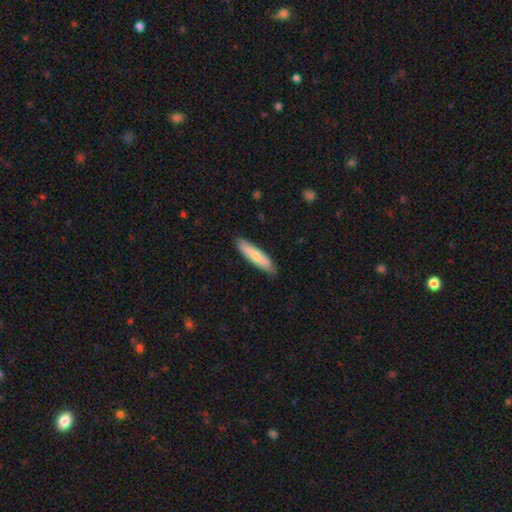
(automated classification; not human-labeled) A smooth galaxy with no disk features (69%) that is cigar-shaped (75%). Merging: none (87%).